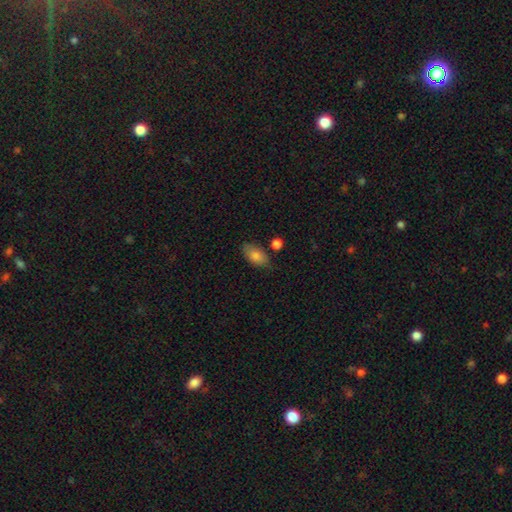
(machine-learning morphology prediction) smooth-or-featured: smooth: 83% | featured or disk: 10% | star or artifact: 7%
  how-rounded: in between: 92% | round: 5% | cigar-shaped: 3%
  merging: none: 73% | minor disturbance: 18% | merger: 5% | major disturbance: 4%